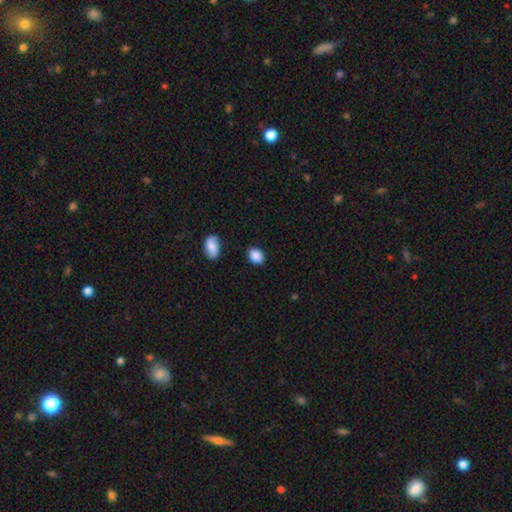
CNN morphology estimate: Smooth or featured? smooth (87%)
How rounded? in between (65%)
Merging? none (82%)